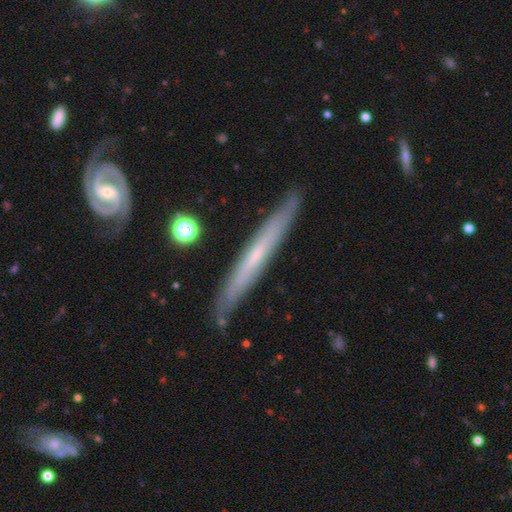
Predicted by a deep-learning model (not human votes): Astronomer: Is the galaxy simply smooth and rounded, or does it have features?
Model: featured or disk — 65%.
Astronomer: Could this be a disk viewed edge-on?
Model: yes — 86%.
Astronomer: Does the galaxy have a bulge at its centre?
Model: none — 67%.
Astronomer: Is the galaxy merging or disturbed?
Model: none — 85%.